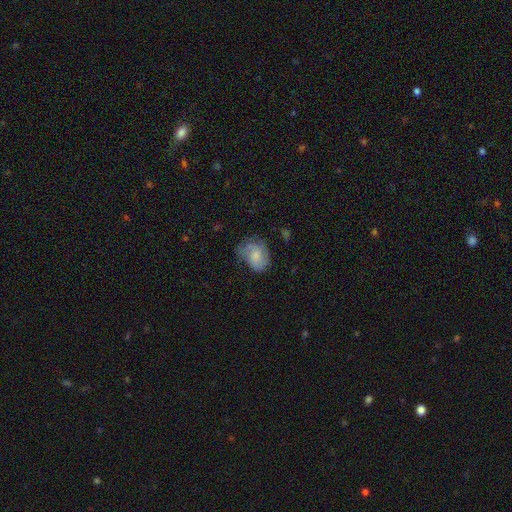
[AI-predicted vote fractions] Morphology: type=smooth (61%); roundness=in between (68%); merging=none (44%).